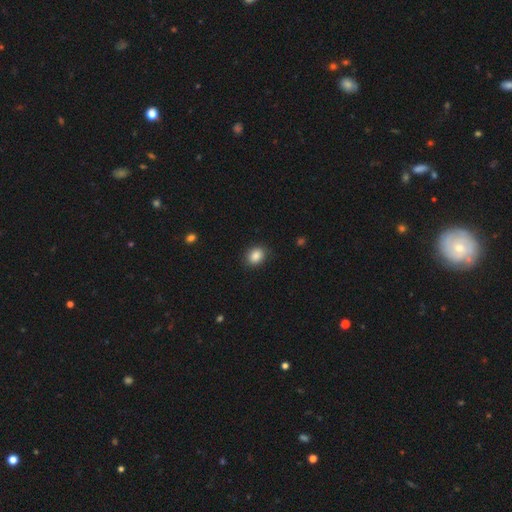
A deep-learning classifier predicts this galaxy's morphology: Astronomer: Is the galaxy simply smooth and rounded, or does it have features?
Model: smooth — 87%.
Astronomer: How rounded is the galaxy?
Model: in between — 50% (runner-up: round, 49%).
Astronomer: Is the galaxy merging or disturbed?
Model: none — 86%.